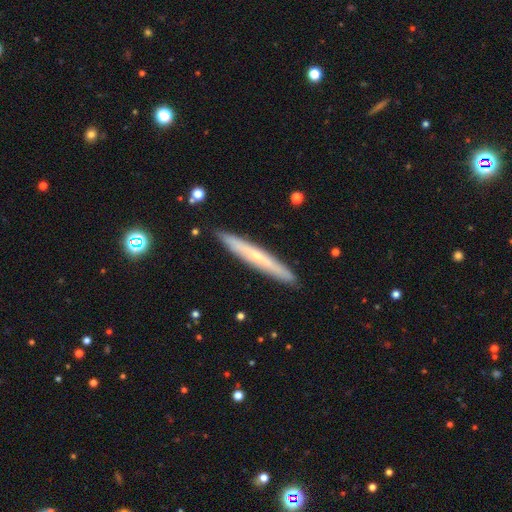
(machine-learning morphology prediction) Smooth or featured? featured or disk (54%)
Edge-on disk? yes (92%)
Edge-on bulge? none (49%)
Merging? none (90%)